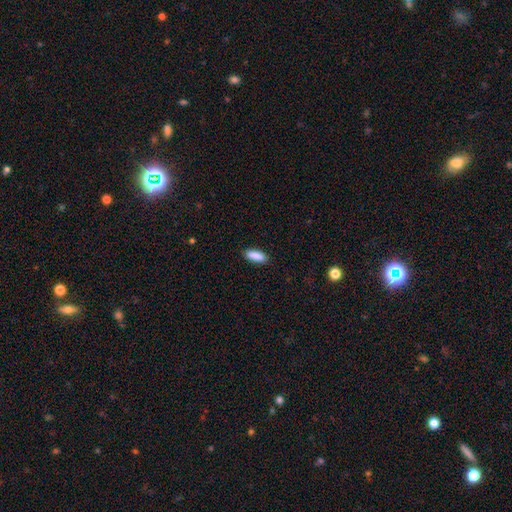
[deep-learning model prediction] Smooth or featured? smooth (89%)
How rounded? in between (71%)
Merging? none (86%)